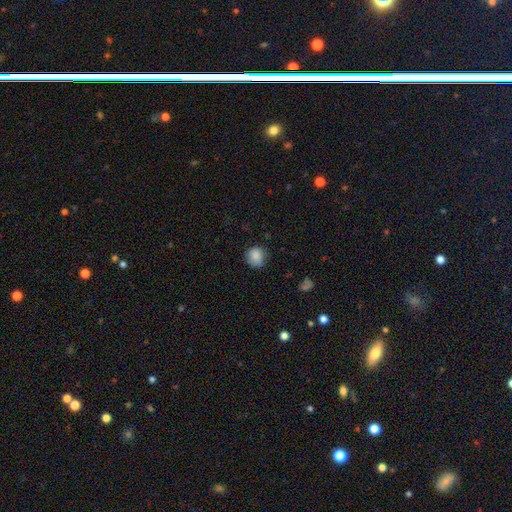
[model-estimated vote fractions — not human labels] Morphology: type=smooth (81%); roundness=round (87%); merging=none (74%).